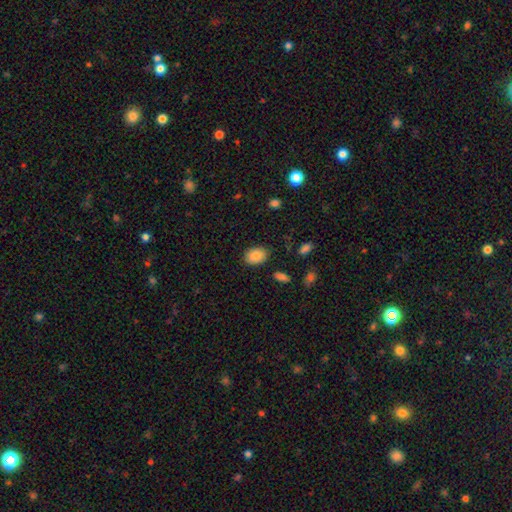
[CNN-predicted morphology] Smooth or featured?
  - smooth: 87% *
  - star or artifact: 8%
  - featured or disk: 5%
How rounded?
  - in between: 77% *
  - round: 22%
  - cigar-shaped: 1%
Merging?
  - none: 85% *
  - minor disturbance: 10%
  - major disturbance: 3%
  - merger: 2%